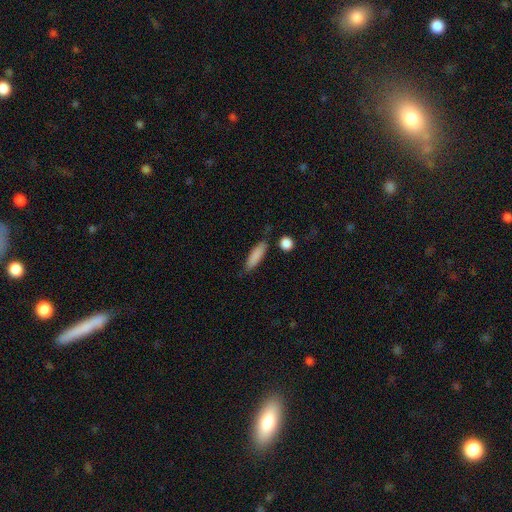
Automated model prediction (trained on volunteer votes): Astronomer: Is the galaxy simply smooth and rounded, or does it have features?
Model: smooth — 85%.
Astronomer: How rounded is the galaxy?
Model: cigar-shaped — 67%.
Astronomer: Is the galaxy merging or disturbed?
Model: none — 77%.